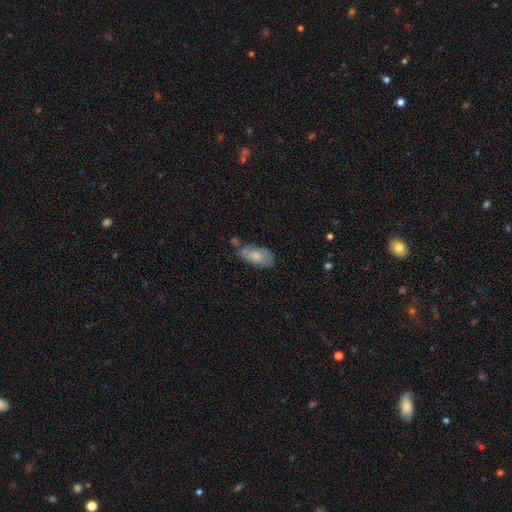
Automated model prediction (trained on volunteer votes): The model was most divided on "merging": none: 52%, minor disturbance: 29%, merger: 11%, major disturbance: 8%. More confident: how rounded — in between (90%); smooth or featured — smooth (75%).